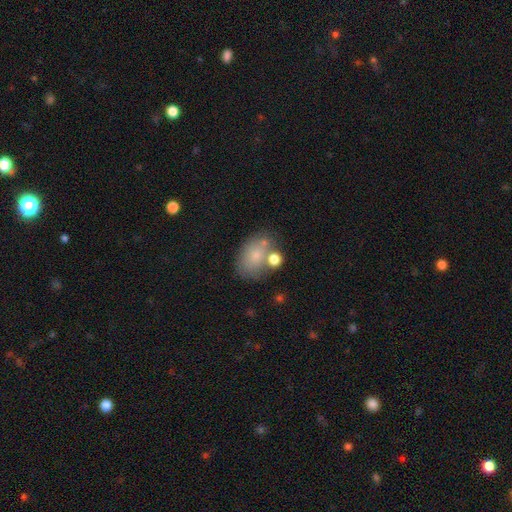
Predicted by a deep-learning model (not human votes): Smooth or featured: smooth — 75% (featured or disk — 16%)
How rounded: in between — 77% (round — 22%)
Merging: none — 55% (merger — 19%)